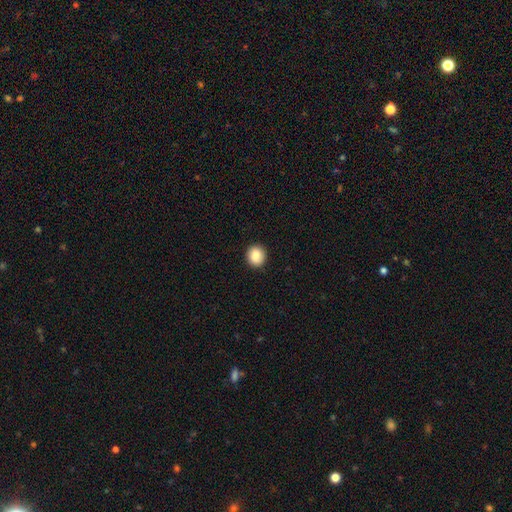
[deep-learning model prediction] This appears to be a smooth galaxy with no disk features (86%) that is round (84%). Merging: none (91%).